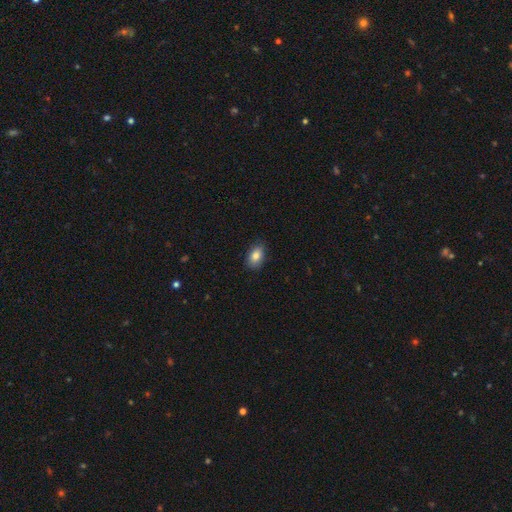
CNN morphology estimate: The model was most divided on "merging": none: 84%, minor disturbance: 13%, major disturbance: 2%, merger: 1%. More confident: how rounded — in between (88%); smooth or featured — smooth (85%).